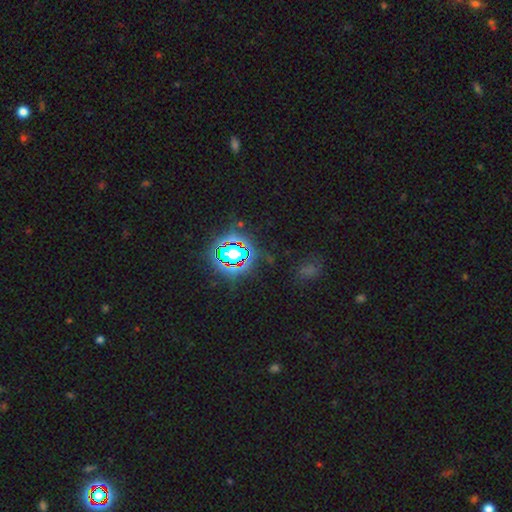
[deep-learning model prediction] star or artifact 79%, smooth 13%, featured or disk 8%.